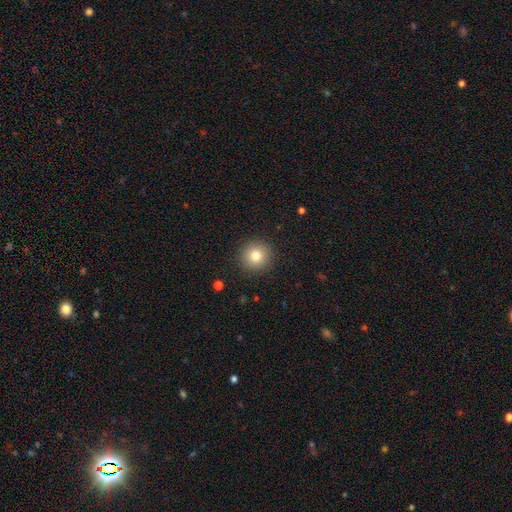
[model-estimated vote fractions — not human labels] This is clearly a smooth galaxy (82%). How rounded: clearly round (93%). Merging: clearly none (91%).